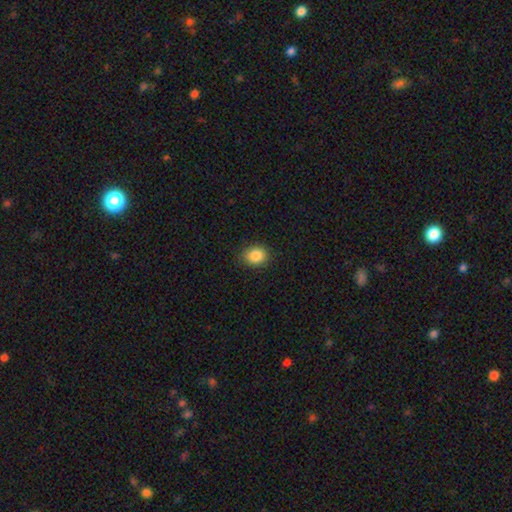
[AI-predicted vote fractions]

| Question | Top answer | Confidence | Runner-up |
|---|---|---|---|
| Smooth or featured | smooth | 86% | star or artifact (10%) |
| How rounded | round | 59% | in between (40%) |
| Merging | none | 86% | minor disturbance (10%) |